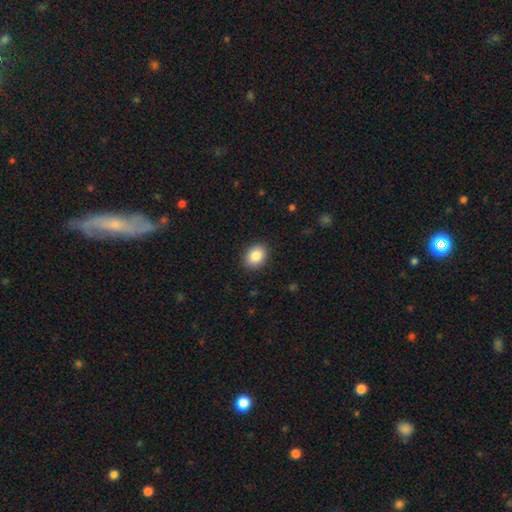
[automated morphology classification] type=smooth (87%); roundness=in between (68%); merging=none (89%).